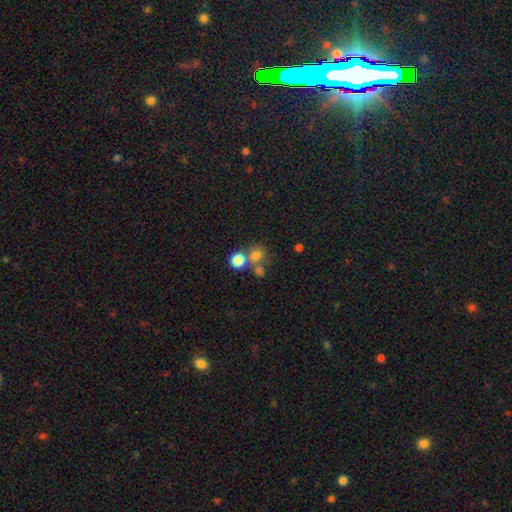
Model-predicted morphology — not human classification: A smooth galaxy with no disk features (73%) that is round (81%). Merging: none (48%).